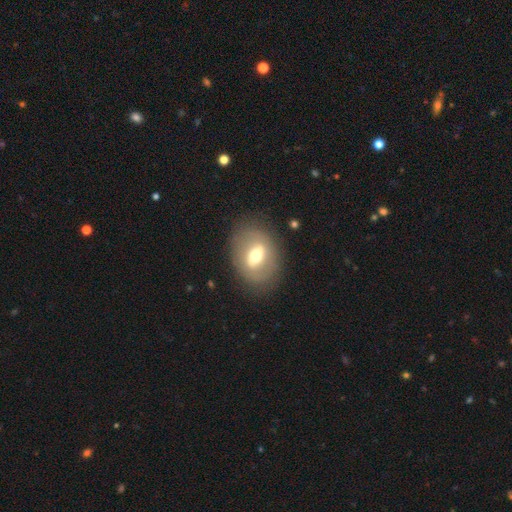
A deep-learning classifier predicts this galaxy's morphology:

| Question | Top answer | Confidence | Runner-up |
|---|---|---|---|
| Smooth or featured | featured or disk | 47% | smooth (44%) |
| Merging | none | 79% | minor disturbance (13%) |